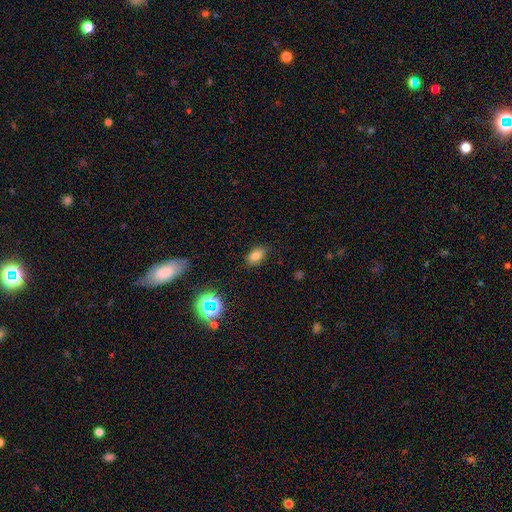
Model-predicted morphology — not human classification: The model was most divided on "smooth or featured": smooth: 78%, star or artifact: 14%, featured or disk: 8%. More confident: how rounded — in between (87%); merging — none (82%).